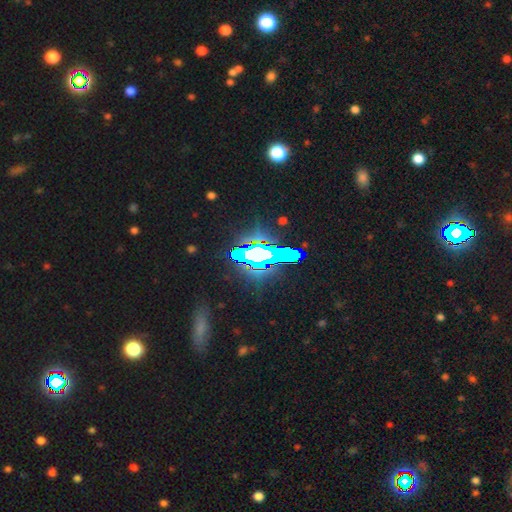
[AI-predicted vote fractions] The model was most divided on "smooth or featured": star or artifact: 71%, smooth: 15%, featured or disk: 14%.